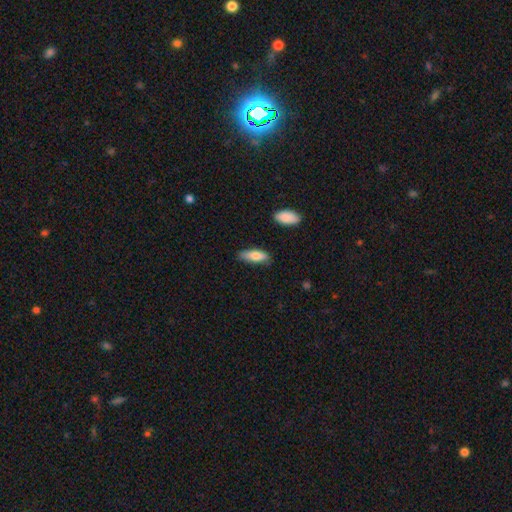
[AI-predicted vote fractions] Morphology: type=smooth (80%); roundness=in between (63%); merging=none (77%).